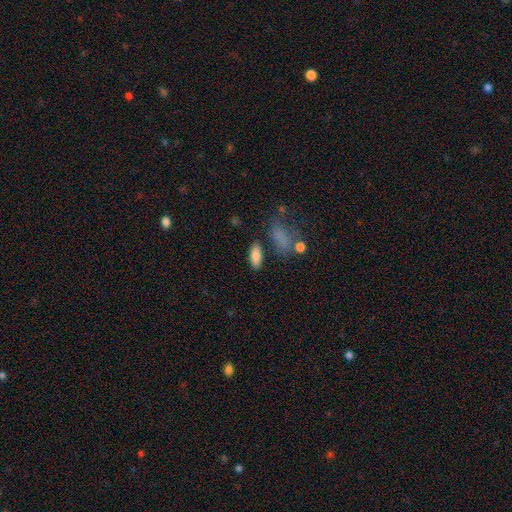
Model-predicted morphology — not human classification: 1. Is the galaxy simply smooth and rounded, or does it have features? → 84% smooth, 8% star or artifact, 8% featured or disk.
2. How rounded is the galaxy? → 77% in between, 19% cigar-shaped, 3% round.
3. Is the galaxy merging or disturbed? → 77% none, 13% minor disturbance, 6% merger, 4% major disturbance.